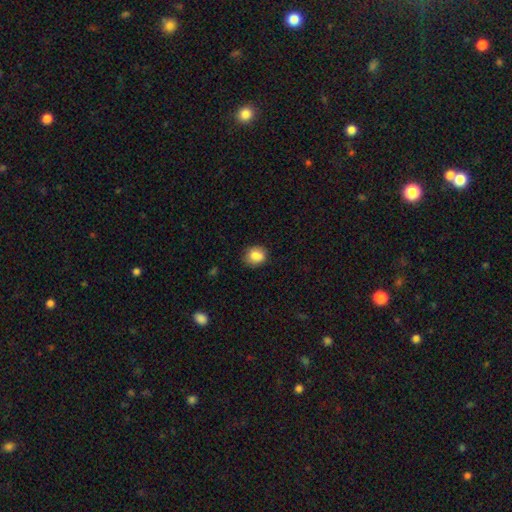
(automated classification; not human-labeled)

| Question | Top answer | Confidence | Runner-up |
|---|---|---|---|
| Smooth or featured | smooth | 84% | star or artifact (9%) |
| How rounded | round | 59% | in between (40%) |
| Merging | none | 78% | minor disturbance (17%) |